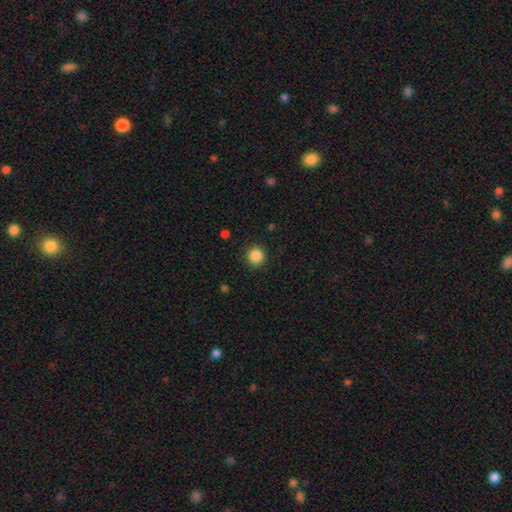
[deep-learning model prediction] smooth 86%, star or artifact 10%, featured or disk 3%. Down the decision tree: how rounded — round (94%); merging — none (90%).